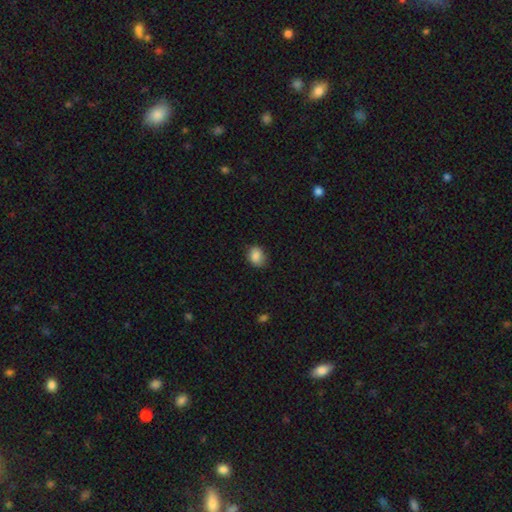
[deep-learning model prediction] Smooth or featured?
  - smooth: 87% *
  - star or artifact: 9%
  - featured or disk: 4%
How rounded?
  - in between: 56% *
  - round: 43%
  - cigar-shaped: 1%
Merging?
  - none: 81% *
  - minor disturbance: 15%
  - major disturbance: 3%
  - merger: 1%